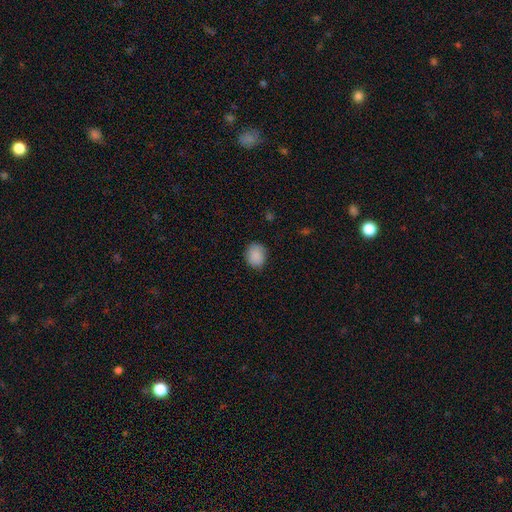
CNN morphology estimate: This appears to be a smooth galaxy with no disk features (88%) that is round (70%). Merging: none (83%).